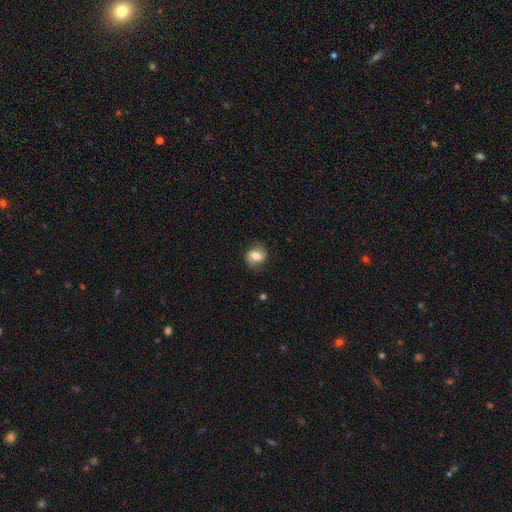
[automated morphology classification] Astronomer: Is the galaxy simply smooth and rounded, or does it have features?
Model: smooth — 66%.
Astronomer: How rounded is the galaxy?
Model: in between — 50% (runner-up: round, 49%).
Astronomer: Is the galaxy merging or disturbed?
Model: none — 76%.